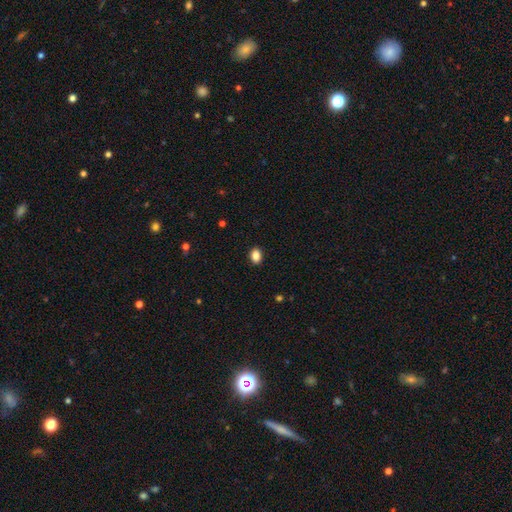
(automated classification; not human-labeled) Smooth or featured?
  - smooth: 87% *
  - star or artifact: 9%
  - featured or disk: 4%
How rounded?
  - in between: 78% *
  - round: 21%
  - cigar-shaped: 1%
Merging?
  - none: 90% *
  - minor disturbance: 7%
  - major disturbance: 2%
  - merger: 1%